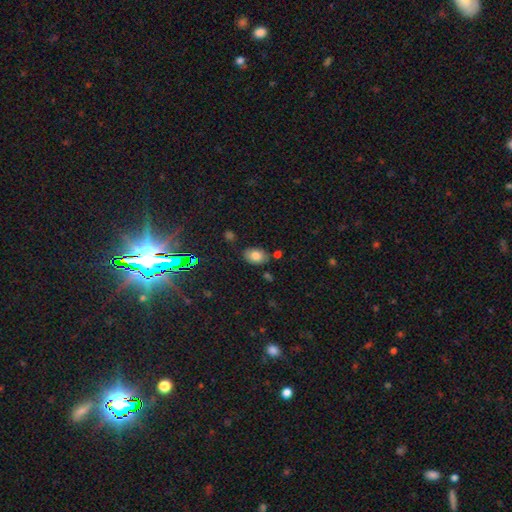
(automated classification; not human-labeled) This is likely a smooth galaxy (79%). How rounded: clearly in between (83%). Merging: likely none (75%).